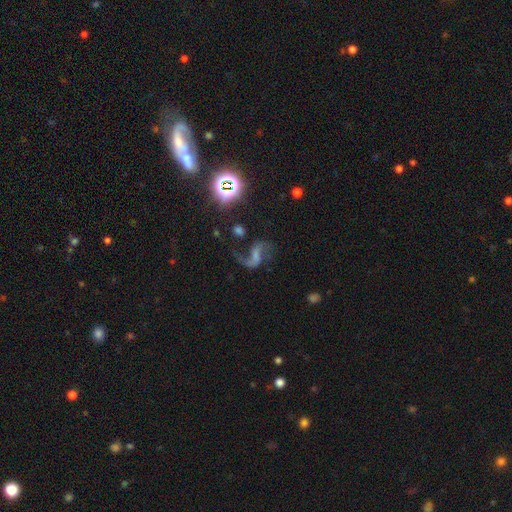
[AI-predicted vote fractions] Smooth or featured? Predicted: featured or disk (p=0.76). Edge-on disk? Predicted: no (p=0.97). Bar? Predicted: weak (p=0.42). Spiral arms? Predicted: yes (p=0.93). Spiral winding? Predicted: loose (p=0.84). Spiral arm count? Predicted: 2 (p=0.82). Bulge size? Predicted: none (p=0.47). Merging? Predicted: none (p=0.56).